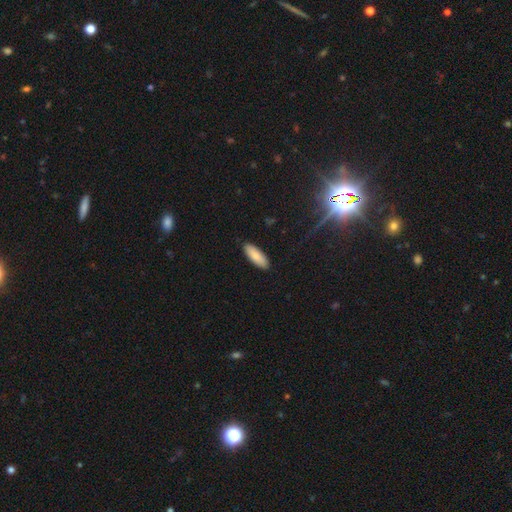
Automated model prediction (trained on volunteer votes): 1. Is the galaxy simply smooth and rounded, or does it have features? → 84% smooth, 10% featured or disk, 6% star or artifact.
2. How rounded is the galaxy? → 68% in between, 30% cigar-shaped, 2% round.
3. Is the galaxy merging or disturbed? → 90% none, 8% minor disturbance, 2% major disturbance, 1% merger.